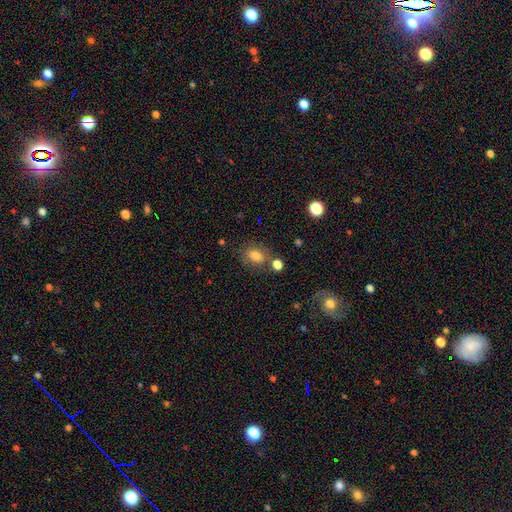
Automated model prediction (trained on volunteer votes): smooth_or_featured: smooth (p=0.79) [alt: star or artifact p=0.11]
how_rounded: in between (p=0.73) [alt: round p=0.25]
merging: none (p=0.65) [alt: minor disturbance p=0.16]